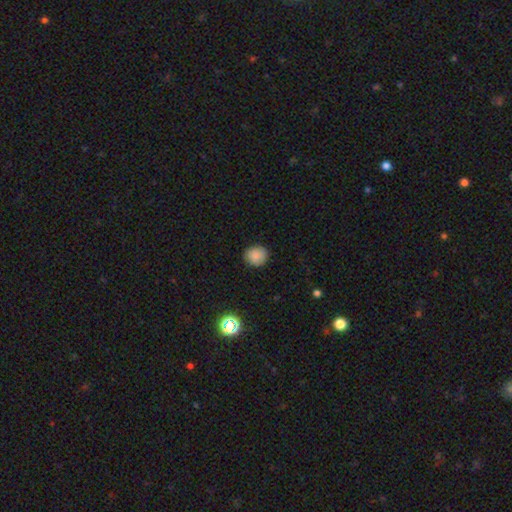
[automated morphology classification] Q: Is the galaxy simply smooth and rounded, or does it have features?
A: smooth — 83%.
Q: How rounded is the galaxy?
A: round — 86%.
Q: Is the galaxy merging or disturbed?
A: none — 88%.